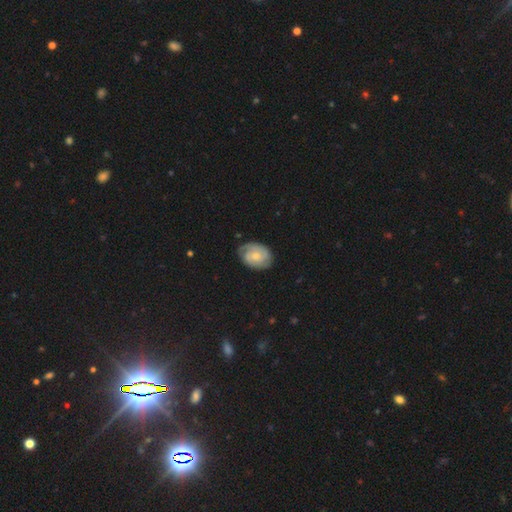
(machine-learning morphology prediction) smooth-or-featured: featured or disk: 68% | smooth: 26% | star or artifact: 5%
  disk-edge-on: no: 97% | yes: 3%
    bar: no: 65% | weak: 31% | strong: 4%
    has-spiral-arms: yes: 92% | no: 8%
      spiral-winding: tight: 57% | medium: 33% | loose: 10%
      spiral-arm-count: 2: 53% | can't tell: 22% | 3: 12% | 1: 7% | 4: 3% | more than 4: 3%
    bulge-size: small: 53% | moderate: 41% | none: 3% | large: 2% | dominant: 1%
  merging: none: 73% | minor disturbance: 20% | major disturbance: 5% | merger: 1%